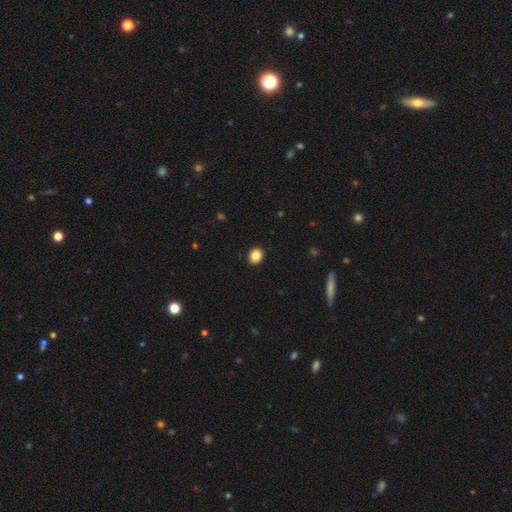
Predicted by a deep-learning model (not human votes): Smooth or featured? Predicted: smooth (p=0.86). How rounded? Predicted: round (p=0.64). Merging? Predicted: none (p=0.92).